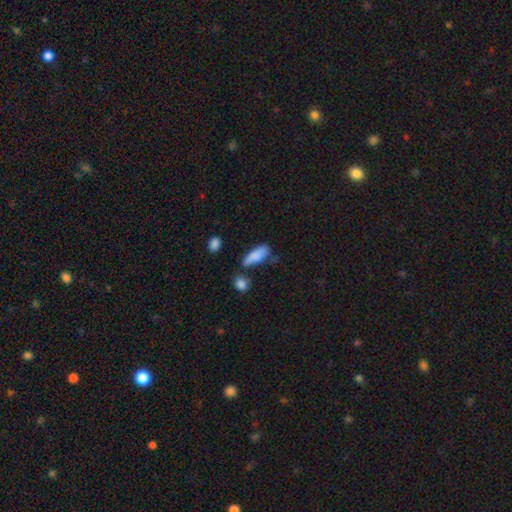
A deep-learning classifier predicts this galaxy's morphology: The model was most divided on "merging": none: 45%, minor disturbance: 32%, major disturbance: 12%, merger: 10%. More confident: smooth or featured — smooth (82%); how rounded — in between (68%).